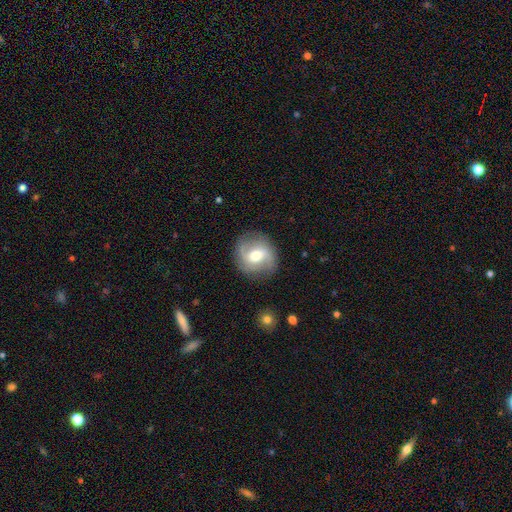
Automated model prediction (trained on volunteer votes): This is likely a featured or disk galaxy (70%). It is clearly not viewed edge-on (97%). Bar: possibly weak (45%). Spiral arm pattern: clearly yes (89%). Spiral arm count: likely 2 (72%). Spiral winding: marginally medium (45%). Central bulge: likely moderate (69%). Merging: clearly none (82%).